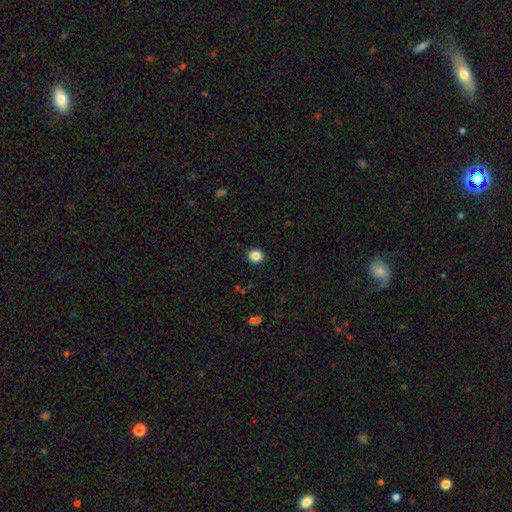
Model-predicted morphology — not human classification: This is clearly a smooth galaxy (86%). How rounded: clearly round (82%). Merging: clearly none (92%).